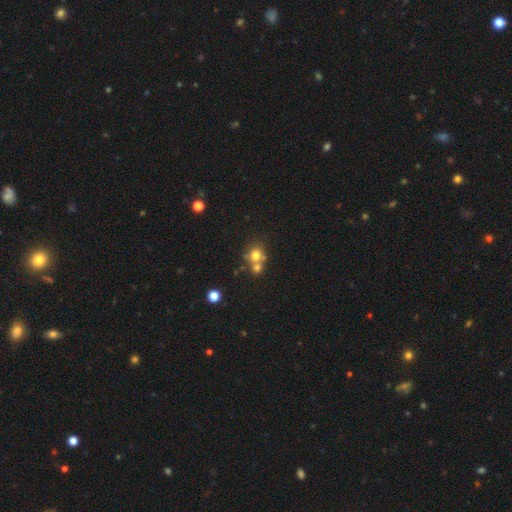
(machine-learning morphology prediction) Smooth or featured?
  - smooth: 70% *
  - featured or disk: 15%
  - star or artifact: 15%
How rounded?
  - round: 80% *
  - in between: 19%
  - cigar-shaped: 1%
Merging?
  - none: 45% *
  - merger: 43%
  - minor disturbance: 8%
  - major disturbance: 4%